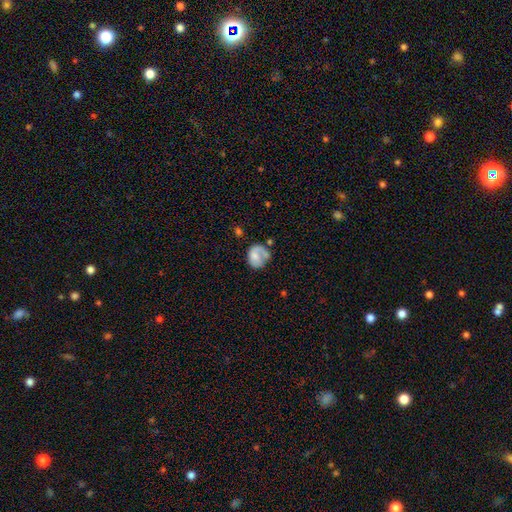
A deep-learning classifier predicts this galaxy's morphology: Smooth or featured?
  - smooth: 49% *
  - featured or disk: 44%
  - star or artifact: 7%
Merging?
  - none: 42% *
  - minor disturbance: 25%
  - major disturbance: 25%
  - merger: 8%